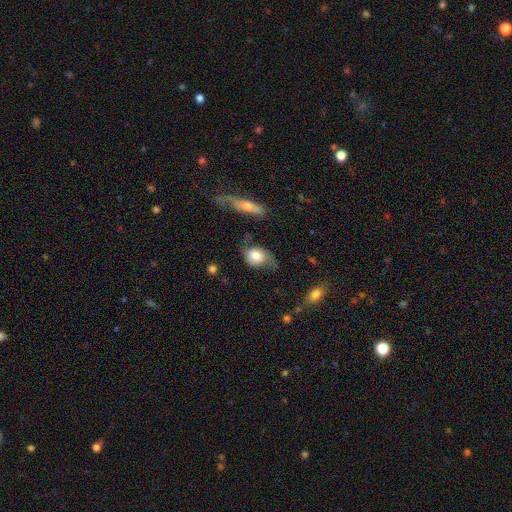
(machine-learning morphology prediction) This appears to be a smooth galaxy with no disk features (64%) that is in between round and cigar-shaped (63%). Merging: minor disturbance (36%).